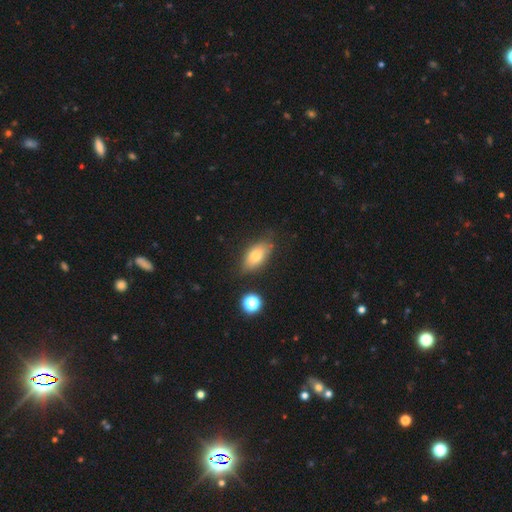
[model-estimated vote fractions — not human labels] Q: Smooth or featured?
A: smooth (77%); runner-up: featured or disk (15%)
Q: How rounded?
A: in between (87%); runner-up: cigar-shaped (7%)
Q: Merging?
A: none (77%); runner-up: minor disturbance (16%)